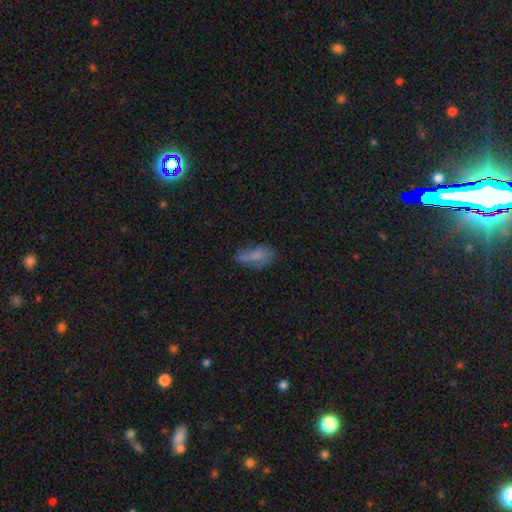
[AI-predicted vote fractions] Smooth or featured? smooth (62%)
How rounded? in between (84%)
Merging? none (49%)